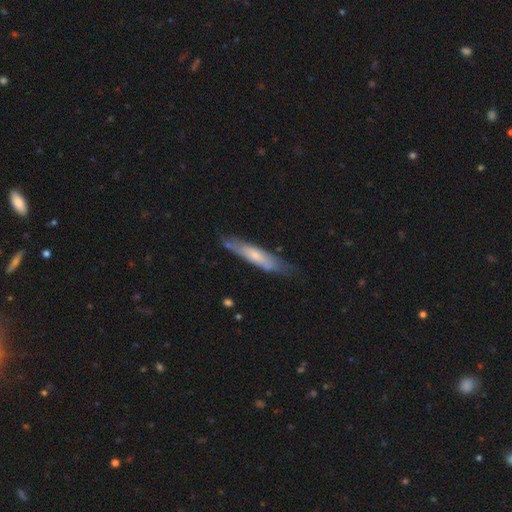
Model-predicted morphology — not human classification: smooth-or-featured: smooth: 53% | featured or disk: 41% | star or artifact: 6%
  how-rounded: cigar-shaped: 81% | in between: 18% | round: 1%
  merging: none: 69% | minor disturbance: 23% | major disturbance: 6% | merger: 2%